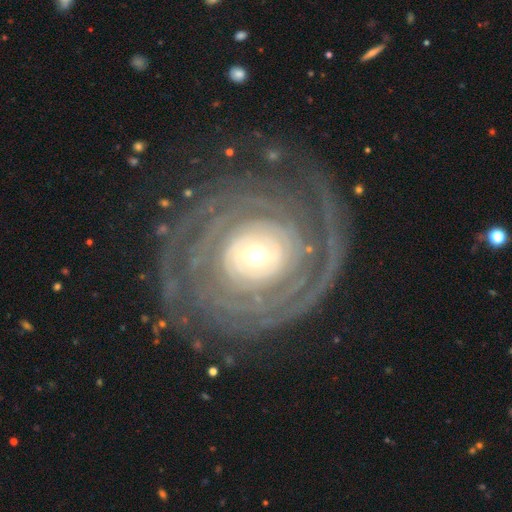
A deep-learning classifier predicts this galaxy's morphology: smooth-or-featured: featured or disk: 86% | smooth: 8% | star or artifact: 6%
  disk-edge-on: no: 96% | yes: 4%
    bar: no: 71% | weak: 18% | strong: 11%
    has-spiral-arms: yes: 91% | no: 9%
      spiral-winding: tight: 80% | medium: 15% | loose: 5%
      spiral-arm-count: can't tell: 34% | 2: 19% | 3: 14% | more than 4: 13% | 4: 12% | 1: 8%
    bulge-size: small: 48% | moderate: 41% | large: 8% | dominant: 2% | none: 1%
  merging: none: 75% | minor disturbance: 13% | major disturbance: 10% | merger: 1%